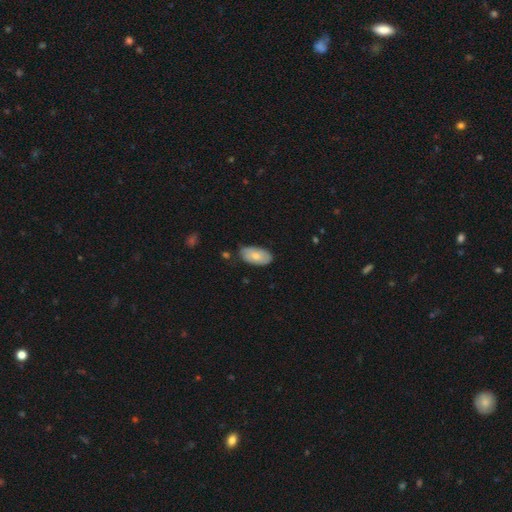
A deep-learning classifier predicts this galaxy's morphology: A smooth galaxy with no disk features (69%) that is in between round and cigar-shaped (94%). Merging: none (73%).